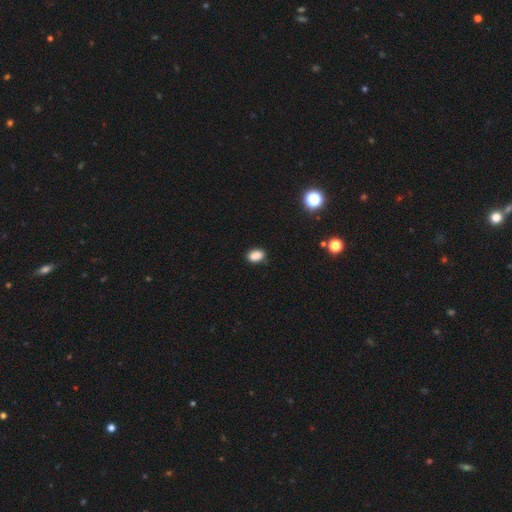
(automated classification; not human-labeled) This appears to be a smooth galaxy with no disk features (86%) that is in between round and cigar-shaped (82%). Merging: none (84%).